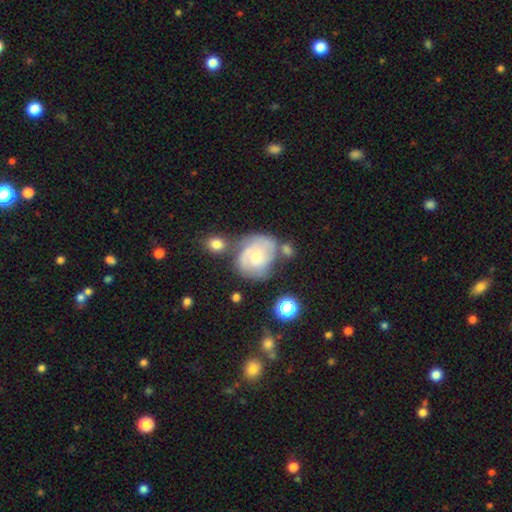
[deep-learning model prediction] The model was most divided on "spiral winding": tight: 50%, medium: 38%, loose: 12%. More confident: edge-on disk — no (98%); spiral arms — yes (89%); smooth or featured — featured or disk (70%); bar — no (65%); bulge size — small (61%); spiral arm count — 2 (50%); merging — none (50%).